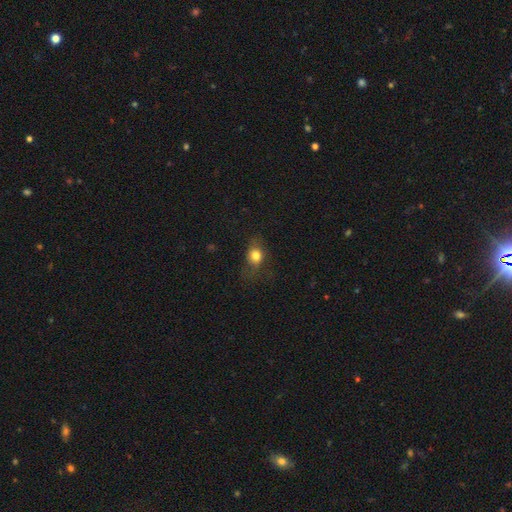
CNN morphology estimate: Q: Smooth or featured?
A: smooth (76%); runner-up: featured or disk (12%)
Q: How rounded?
A: in between (52%); runner-up: round (45%)
Q: Merging?
A: none (61%); runner-up: minor disturbance (24%)